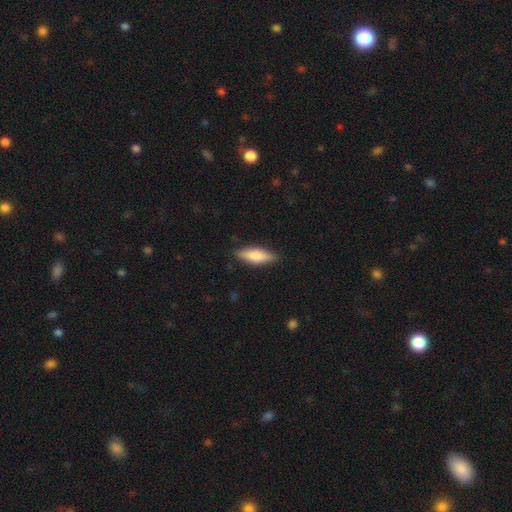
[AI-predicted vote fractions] The model was most divided on "how rounded": in between: 52%, cigar-shaped: 45%, round: 2%. More confident: merging — none (84%); smooth or featured — smooth (68%).